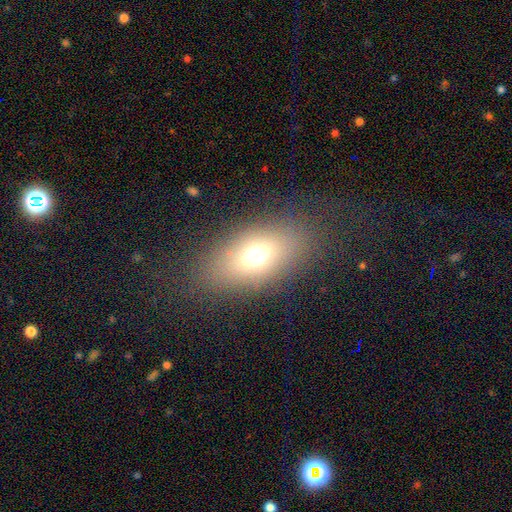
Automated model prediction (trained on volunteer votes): Overall: smooth (65%). How rounded: in between (83%). Merging: none (79%).